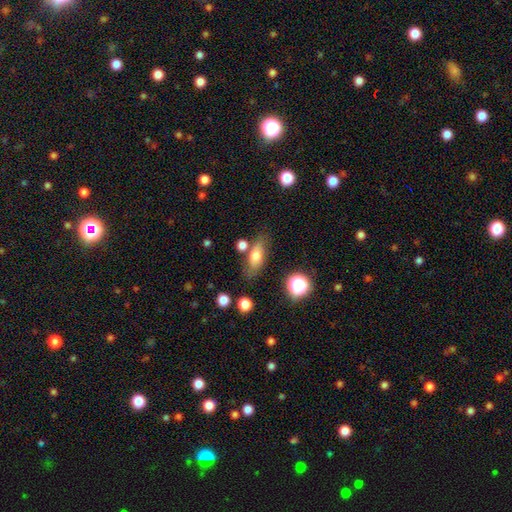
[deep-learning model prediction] This appears to be a smooth galaxy with no disk features (71%) that is in between round and cigar-shaped (72%). Merging: none (71%).